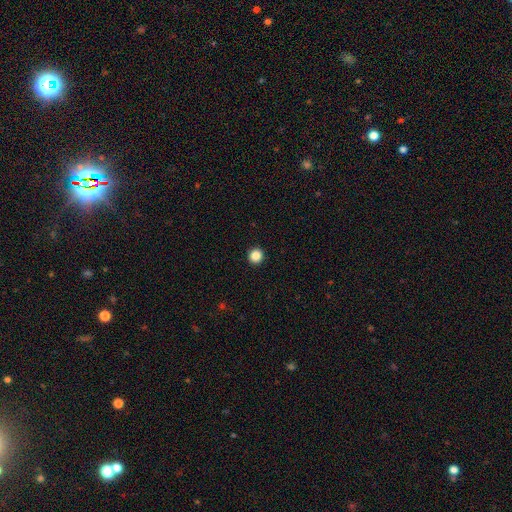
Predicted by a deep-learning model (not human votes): Smooth or featured?
  - smooth: 86% *
  - star or artifact: 11%
  - featured or disk: 3%
How rounded?
  - round: 95% *
  - in between: 4%
  - cigar-shaped: 1%
Merging?
  - none: 94% *
  - minor disturbance: 4%
  - major disturbance: 1%
  - merger: 1%